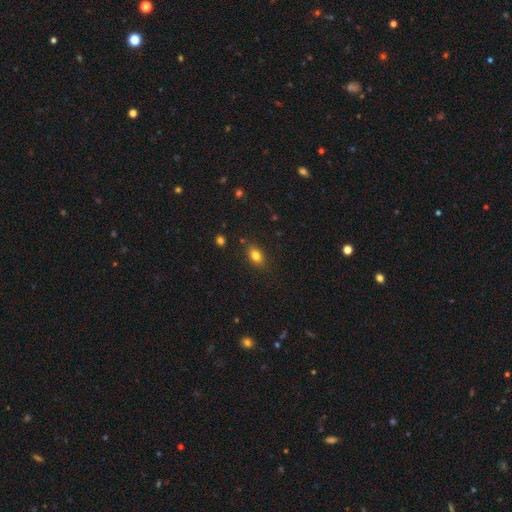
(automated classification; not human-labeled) Smooth or featured: smooth — 82% (star or artifact — 10%)
How rounded: in between — 81% (round — 17%)
Merging: none — 84% (minor disturbance — 11%)